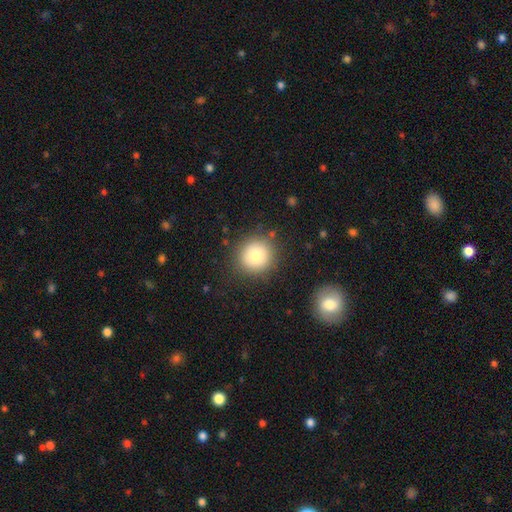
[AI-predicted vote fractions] Morphology: type=smooth (79%); roundness=round (93%); merging=none (86%).